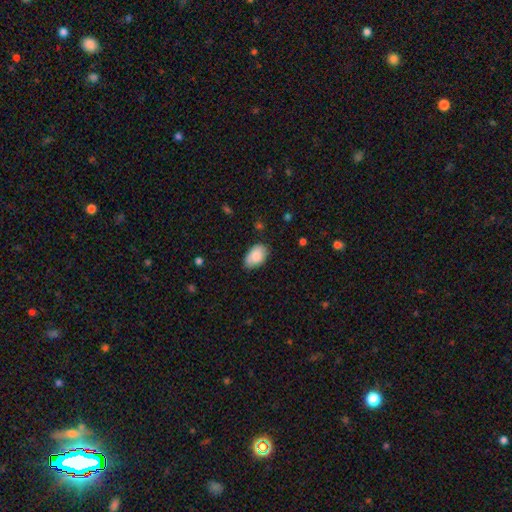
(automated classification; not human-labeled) This appears to be a smooth galaxy with no disk features (87%) that is in between round and cigar-shaped (91%). Merging: none (75%).